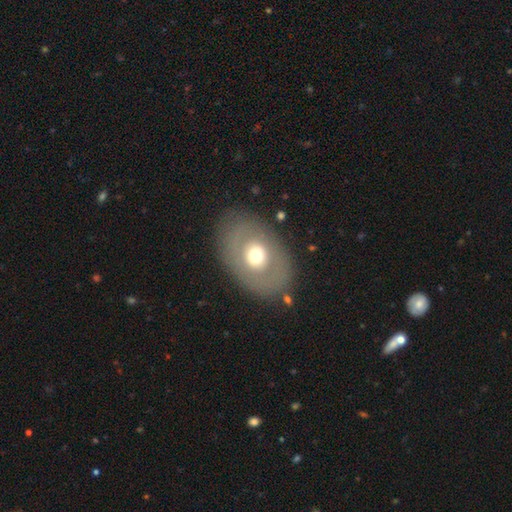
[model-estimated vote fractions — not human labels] smooth-or-featured: smooth: 50% | featured or disk: 42% | star or artifact: 7%
  how-rounded: in between: 74% | round: 25% | cigar-shaped: 1%
  merging: none: 82% | minor disturbance: 10% | major disturbance: 6% | merger: 2%